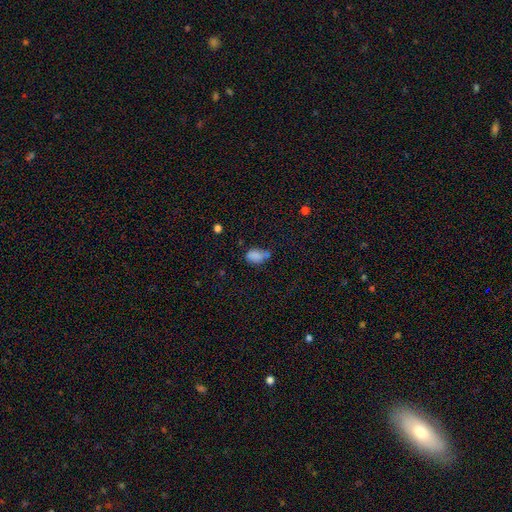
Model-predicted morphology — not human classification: Smooth or featured?
  - smooth: 81% *
  - star or artifact: 11%
  - featured or disk: 8%
How rounded?
  - in between: 85% *
  - round: 13%
  - cigar-shaped: 2%
Merging?
  - none: 45% *
  - minor disturbance: 29%
  - merger: 17%
  - major disturbance: 10%